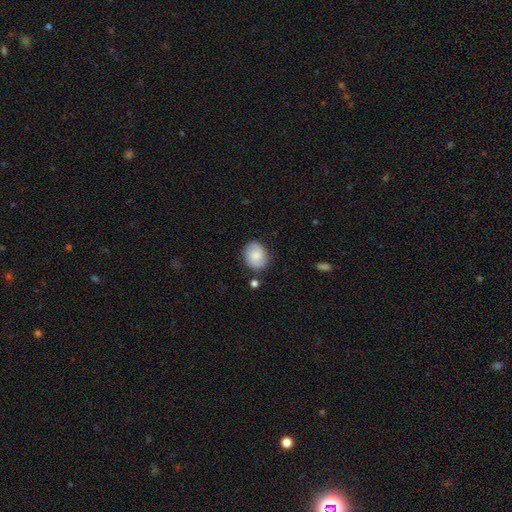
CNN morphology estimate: smooth 53%, featured or disk 39%, star or artifact 8%. Down the decision tree: how rounded — round (53%); merging — none (80%).